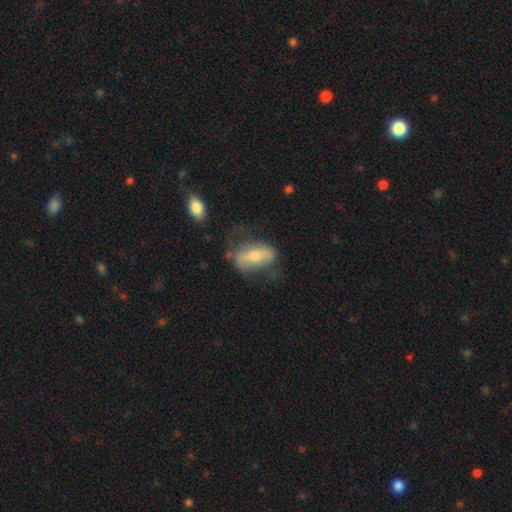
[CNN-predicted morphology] This appears to be a smooth galaxy with no disk features (48%). Merging: none (50%).